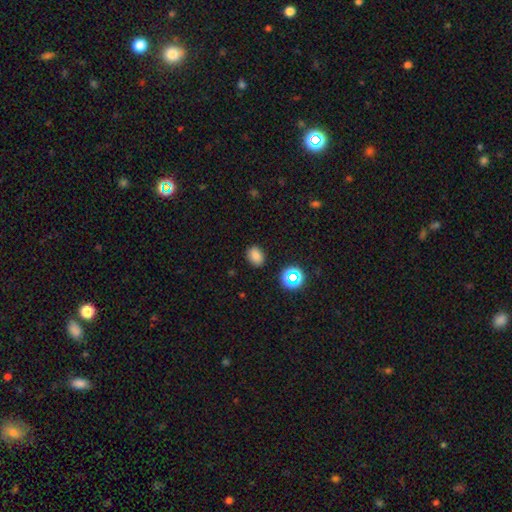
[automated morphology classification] Smooth or featured? Predicted: smooth (p=0.79). How rounded? Predicted: in between (p=0.67). Merging? Predicted: none (p=0.86).